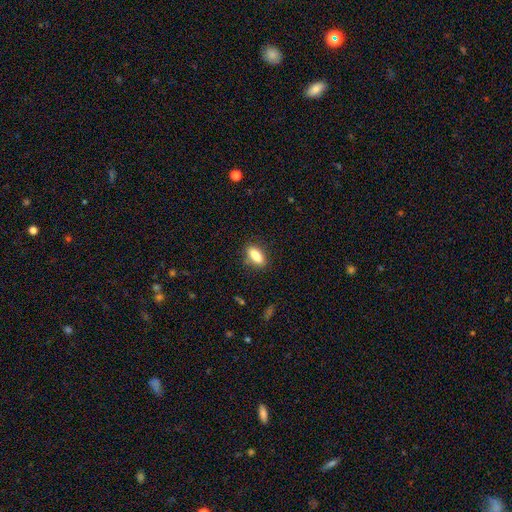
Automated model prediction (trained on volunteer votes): Smooth or featured?
  - smooth: 83% *
  - featured or disk: 9%
  - star or artifact: 7%
How rounded?
  - in between: 77% *
  - cigar-shaped: 20%
  - round: 4%
Merging?
  - none: 85% *
  - minor disturbance: 11%
  - major disturbance: 3%
  - merger: 1%